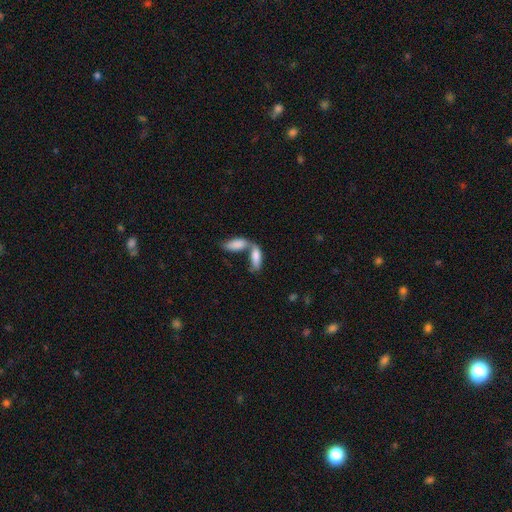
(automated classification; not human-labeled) Q: Smooth or featured?
A: smooth (80%); runner-up: featured or disk (14%)
Q: How rounded?
A: in between (73%); runner-up: cigar-shaped (25%)
Q: Merging?
A: merger (66%); runner-up: none (22%)